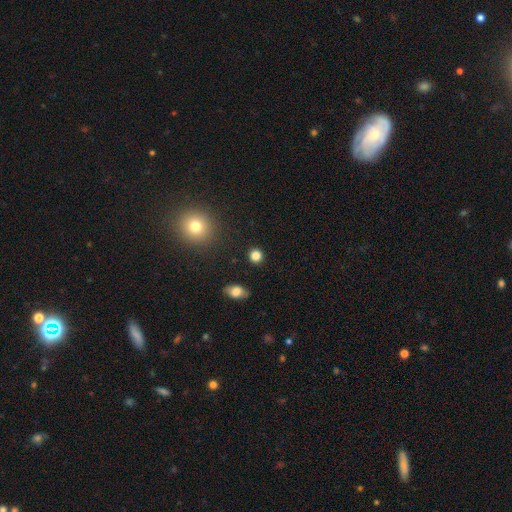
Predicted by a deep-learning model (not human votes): smooth-or-featured: smooth: 83% | star or artifact: 13% | featured or disk: 4%
  how-rounded: round: 89% | in between: 10% | cigar-shaped: 1%
  merging: none: 90% | minor disturbance: 6% | major disturbance: 2% | merger: 2%